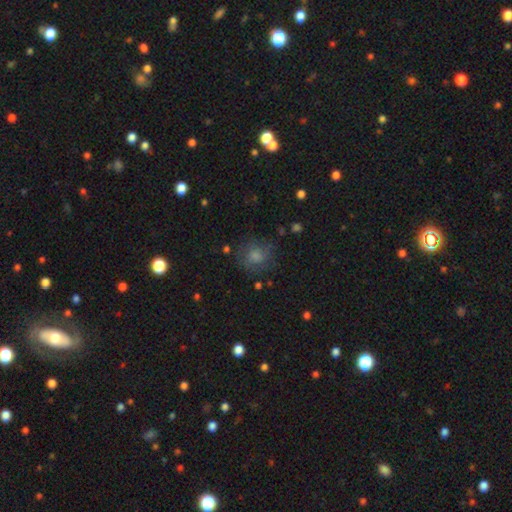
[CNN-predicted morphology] Overall: smooth (69%). How rounded: round (80%). Merging: none (66%).